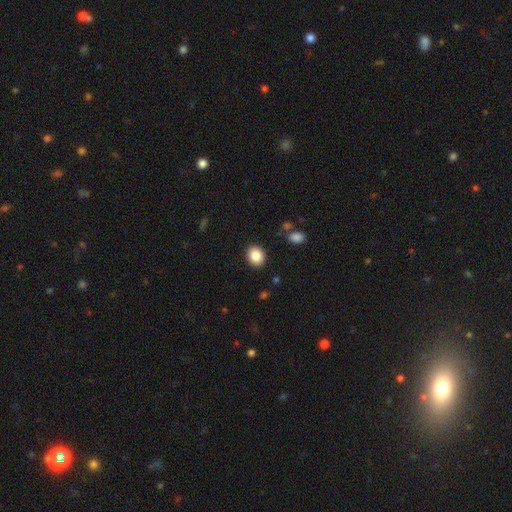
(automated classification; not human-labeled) Smooth or featured: smooth — 87% (star or artifact — 8%)
How rounded: round — 52% (in between — 48%)
Merging: none — 89% (minor disturbance — 7%)